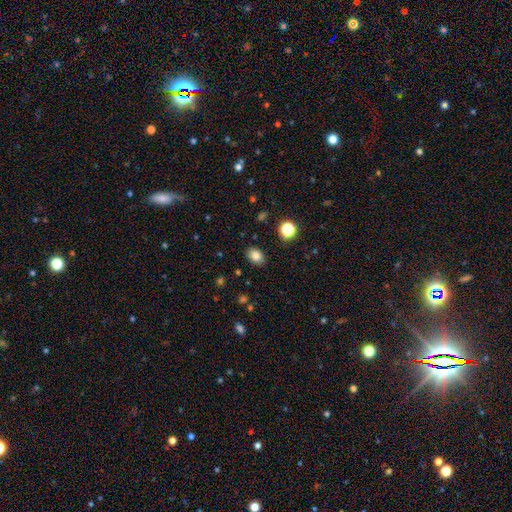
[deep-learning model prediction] Smooth or featured? Predicted: smooth (p=0.82). How rounded? Predicted: in between (p=0.73). Merging? Predicted: none (p=0.87).